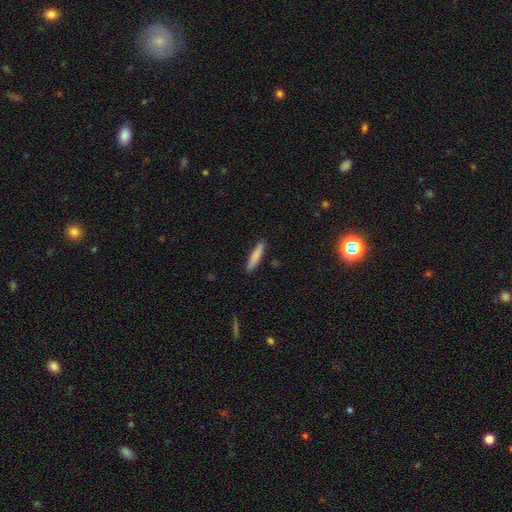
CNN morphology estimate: Overall: smooth (84%). How rounded: cigar-shaped (87%). Merging: none (89%).